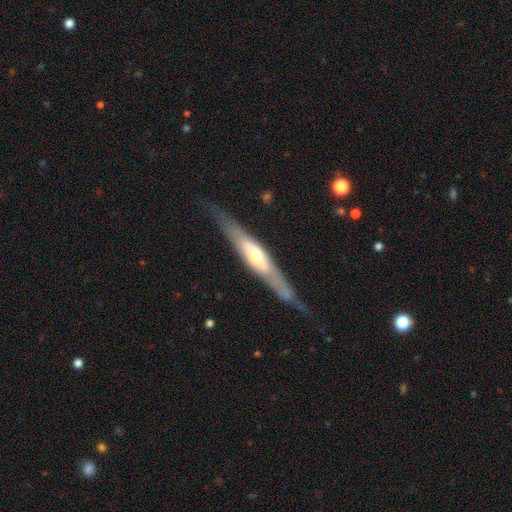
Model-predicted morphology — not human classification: A featured or disk galaxy (66%) viewed edge-on (83%) with a rounded central bulge (69%). Merging: none (76%).